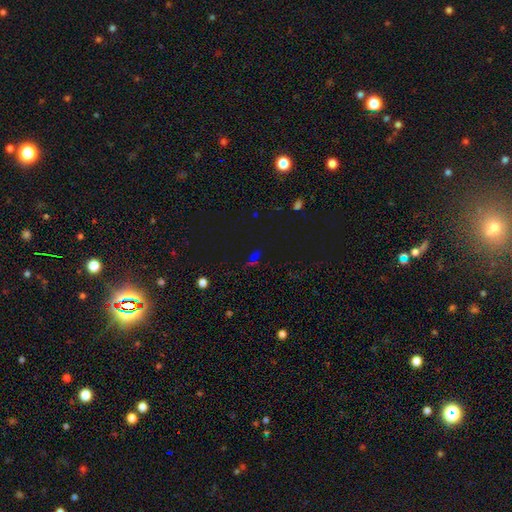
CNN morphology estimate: star or artifact 57%, smooth 32%, featured or disk 11%.